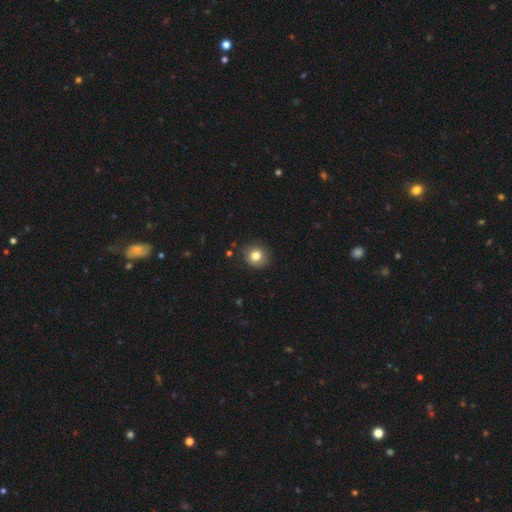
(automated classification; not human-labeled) Smooth or featured: smooth — 80% (star or artifact — 11%)
How rounded: round — 88% (in between — 11%)
Merging: none — 87% (minor disturbance — 9%)